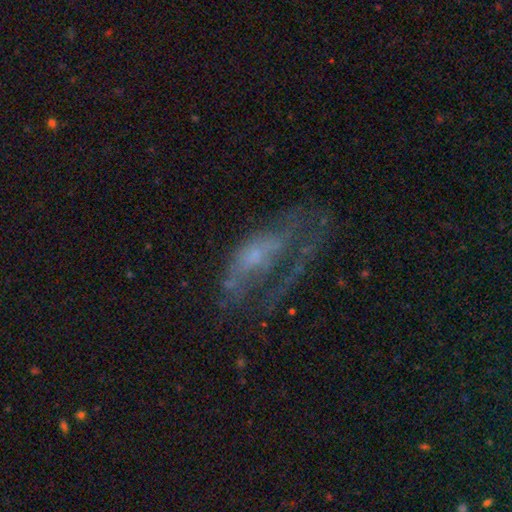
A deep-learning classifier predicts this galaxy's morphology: smooth-or-featured: featured or disk: 62% | smooth: 25% | star or artifact: 12%
  disk-edge-on: no: 90% | yes: 10%
    bar: no: 75% | weak: 20% | strong: 5%
    has-spiral-arms: no: 59% | yes: 41%
    bulge-size: small: 54% | moderate: 22% | none: 21% | large: 2% | dominant: 1%
  merging: major disturbance: 45% | none: 32% | minor disturbance: 19% | merger: 4%